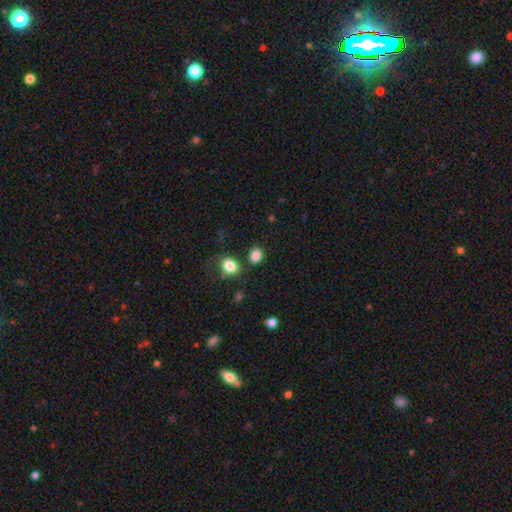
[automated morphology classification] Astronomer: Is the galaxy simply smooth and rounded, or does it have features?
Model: smooth — 84%.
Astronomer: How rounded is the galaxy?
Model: round — 52% (runner-up: in between, 47%).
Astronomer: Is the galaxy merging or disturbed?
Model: none — 75%.